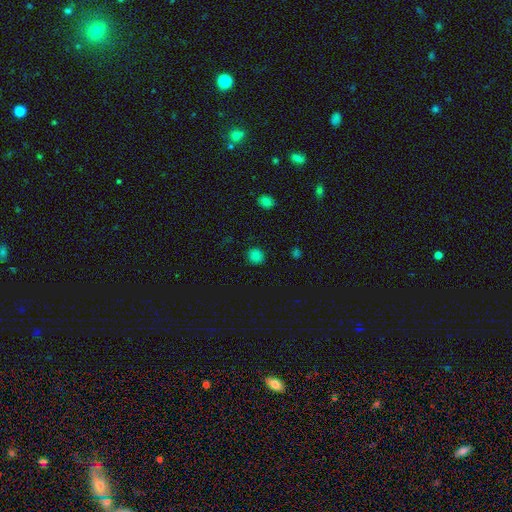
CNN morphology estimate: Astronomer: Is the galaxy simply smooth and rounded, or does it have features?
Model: smooth — 81%.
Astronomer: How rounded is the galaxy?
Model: round — 92%.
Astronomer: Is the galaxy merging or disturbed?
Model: none — 89%.